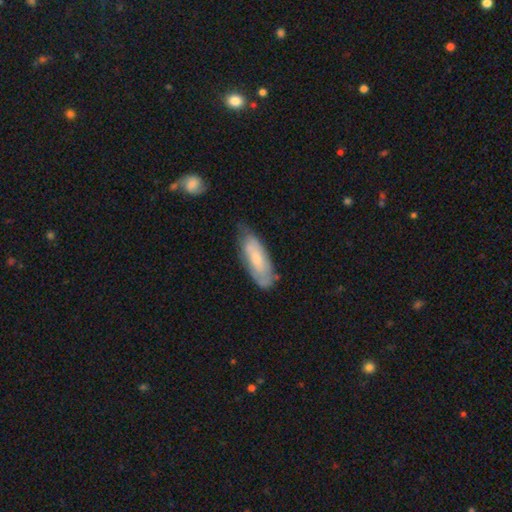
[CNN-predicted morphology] Overall: smooth (53%; featured or disk 41%). How rounded: in between (66%; cigar-shaped 33%). Merging: none (61%; minor disturbance 30%).